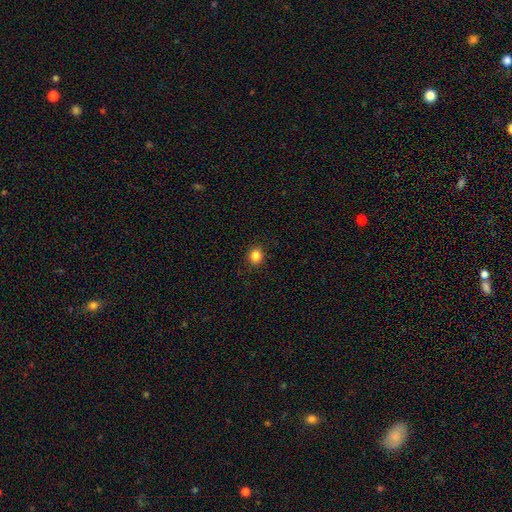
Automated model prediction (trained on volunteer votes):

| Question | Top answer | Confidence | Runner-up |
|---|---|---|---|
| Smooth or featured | smooth | 85% | star or artifact (11%) |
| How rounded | round | 76% | in between (23%) |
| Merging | none | 90% | minor disturbance (7%) |